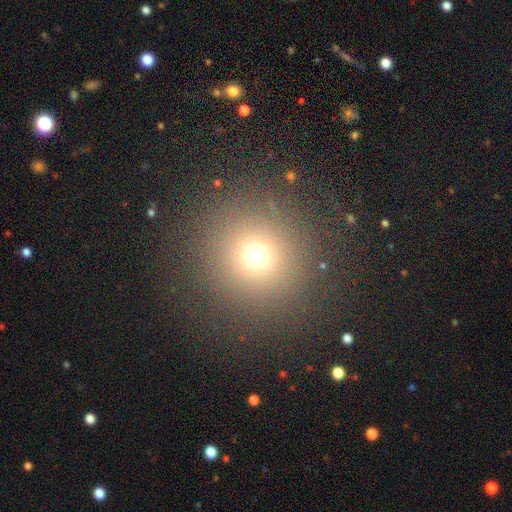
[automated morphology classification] Smooth or featured? Predicted: smooth (p=0.69). How rounded? Predicted: round (p=0.95). Merging? Predicted: none (p=0.89).